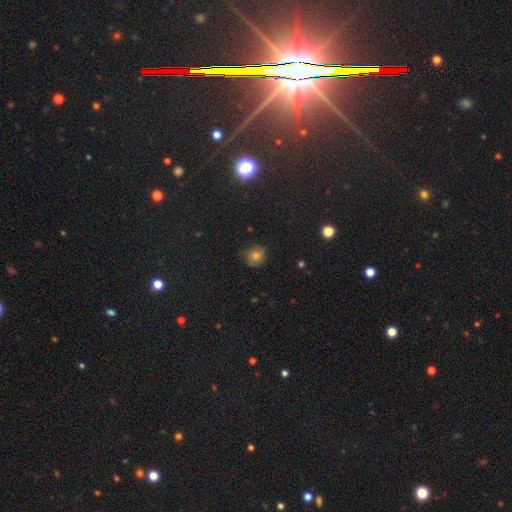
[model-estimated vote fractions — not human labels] A smooth galaxy with no disk features (66%) that is round (83%). Merging: none (76%).